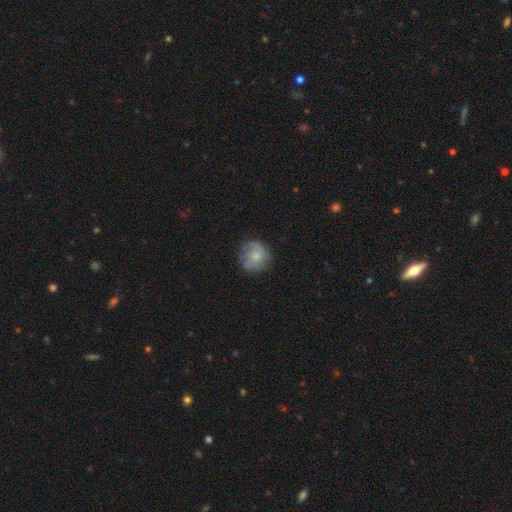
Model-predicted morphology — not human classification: Smooth or featured? smooth (55%)
How rounded? round (88%)
Merging? none (71%)